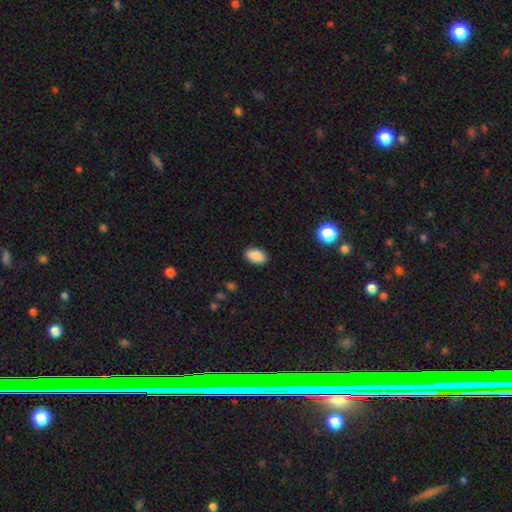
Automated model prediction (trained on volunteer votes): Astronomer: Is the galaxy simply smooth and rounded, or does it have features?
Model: smooth — 89%.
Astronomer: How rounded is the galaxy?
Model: in between — 93%.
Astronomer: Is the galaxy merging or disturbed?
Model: none — 89%.